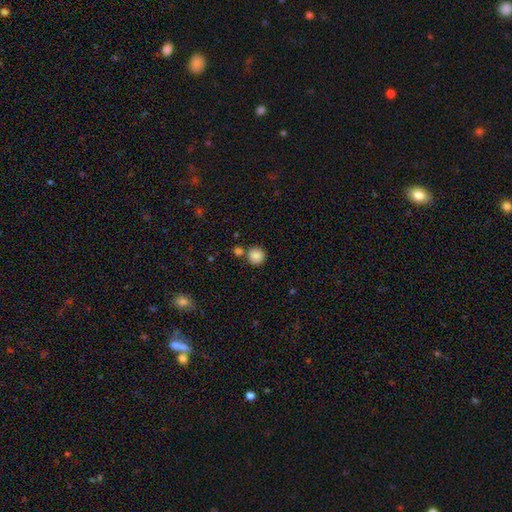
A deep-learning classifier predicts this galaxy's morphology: The model was most divided on "merging": none: 72%, merger: 16%, minor disturbance: 9%, major disturbance: 3%. More confident: how rounded — round (92%); smooth or featured — smooth (87%).